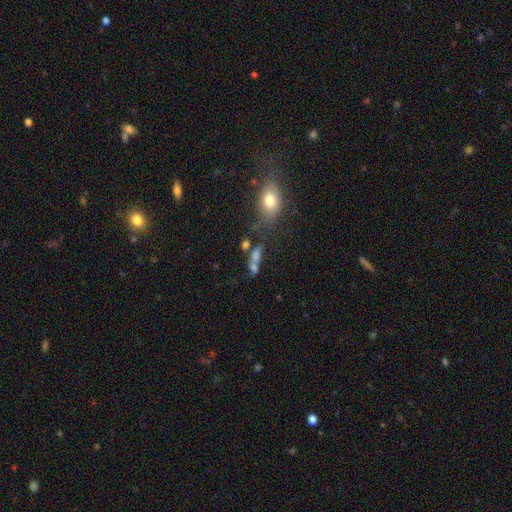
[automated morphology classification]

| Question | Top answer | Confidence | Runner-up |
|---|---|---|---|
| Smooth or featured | smooth | 66% | featured or disk (19%) |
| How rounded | in between | 66% | cigar-shaped (20%) |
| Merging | merger | 44% | none (32%) |